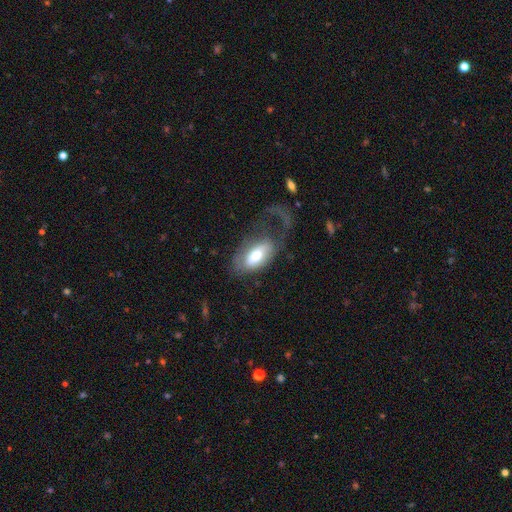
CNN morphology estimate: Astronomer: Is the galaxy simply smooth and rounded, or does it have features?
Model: smooth — 61%.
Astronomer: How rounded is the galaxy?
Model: in between — 90%.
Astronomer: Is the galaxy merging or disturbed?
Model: major disturbance — 54%.